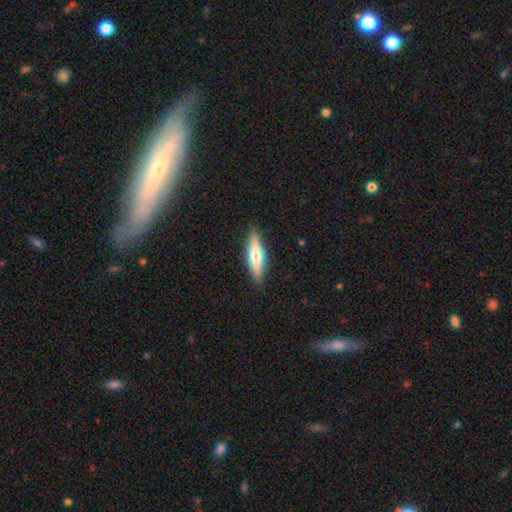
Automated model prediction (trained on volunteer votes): smooth-or-featured: smooth: 50% | featured or disk: 45% | star or artifact: 6%
  merging: none: 89% | minor disturbance: 8% | major disturbance: 2% | merger: 1%